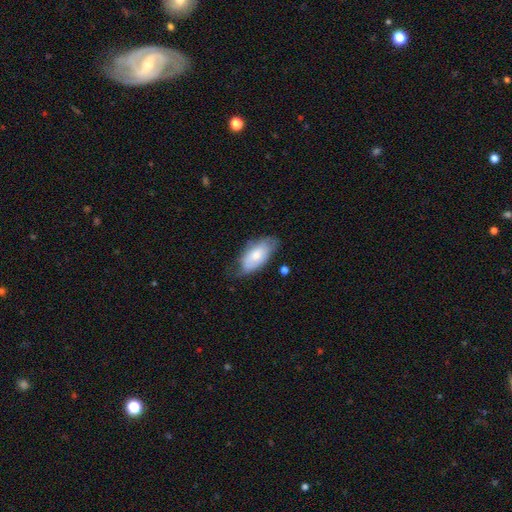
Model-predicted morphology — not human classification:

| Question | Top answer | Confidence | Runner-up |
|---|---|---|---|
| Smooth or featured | smooth | 67% | featured or disk (27%) |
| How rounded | in between | 92% | cigar-shaped (5%) |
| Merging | none | 54% | minor disturbance (34%) |